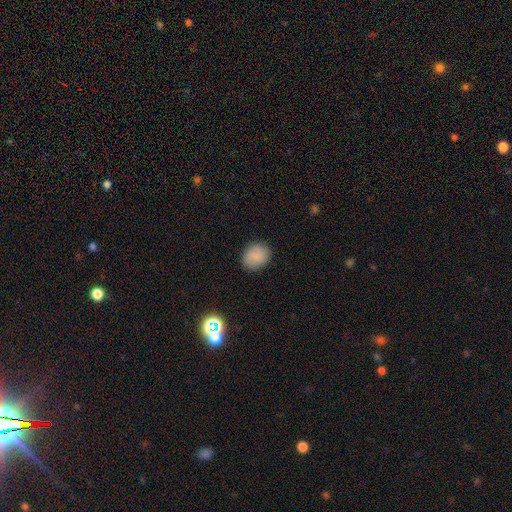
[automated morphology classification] Smooth or featured? smooth (84%)
How rounded? in between (50%)
Merging? none (85%)